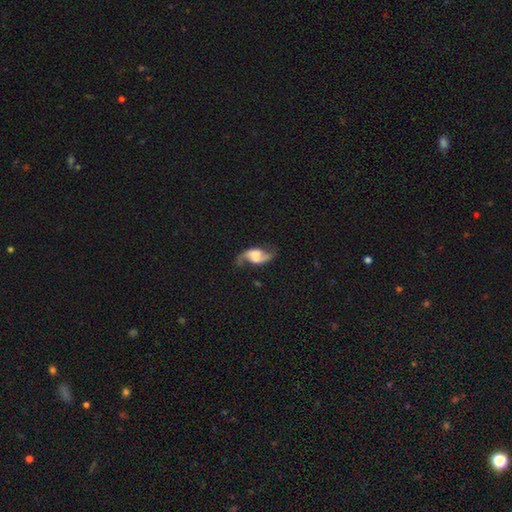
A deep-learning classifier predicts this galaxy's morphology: Overall: featured or disk (84%). Edge-on disk: no (96%). Bar: no (43%; weak 40%). Spiral arms: yes (96%). Spiral arm count: 2 (93%). Spiral winding: loose (72%). Bulge size: large (31%; none 29%). Merging: none (75%).